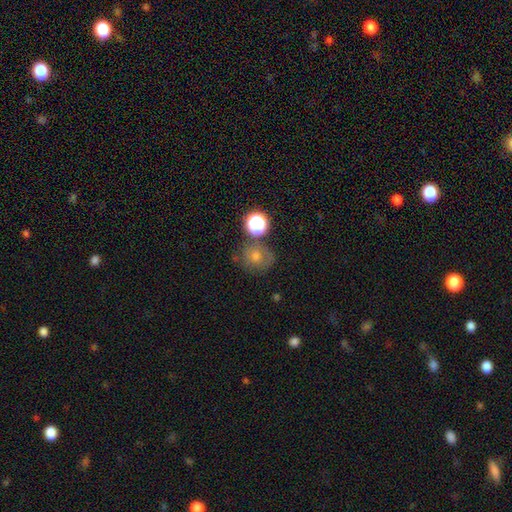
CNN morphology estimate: A smooth galaxy with no disk features (50%).

Vote fractions:
- Smooth or featured? smooth: 50% / star or artifact: 27% / featured or disk: 23%
- Merging? none: 68% / minor disturbance: 16% / merger: 9% / major disturbance: 7%